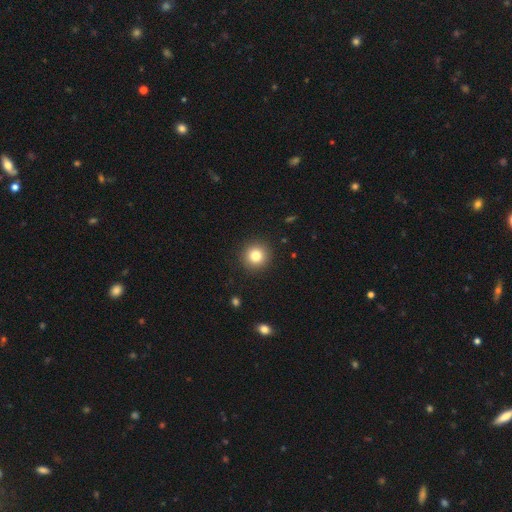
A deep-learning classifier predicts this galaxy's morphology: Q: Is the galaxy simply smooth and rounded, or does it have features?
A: smooth — 82%.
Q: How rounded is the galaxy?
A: round — 94%.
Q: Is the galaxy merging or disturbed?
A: none — 92%.